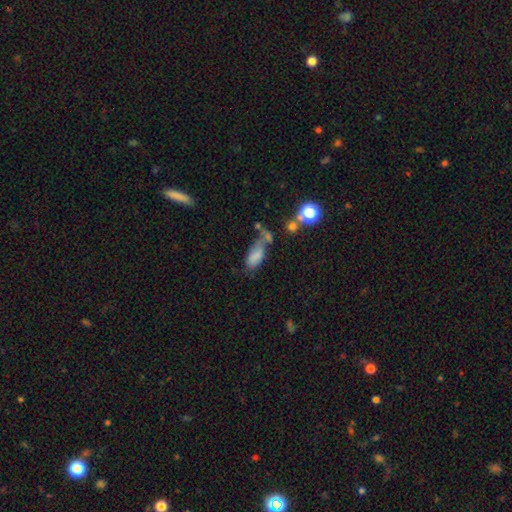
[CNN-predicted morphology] smooth-or-featured: smooth: 74% | featured or disk: 14% | star or artifact: 12%
  how-rounded: in between: 85% | cigar-shaped: 11% | round: 4%
  merging: none: 30% | minor disturbance: 24% | major disturbance: 23% | merger: 23%